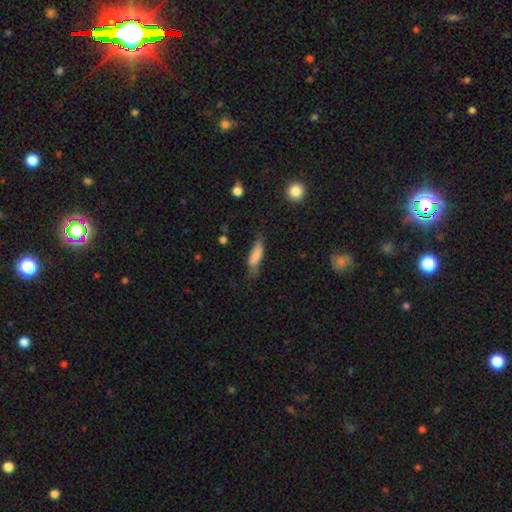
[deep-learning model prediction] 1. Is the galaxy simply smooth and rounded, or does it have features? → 80% smooth, 13% featured or disk, 7% star or artifact.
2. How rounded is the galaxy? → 50% in between, 47% cigar-shaped, 2% round.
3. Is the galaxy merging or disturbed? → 52% none, 33% minor disturbance, 13% major disturbance, 3% merger.